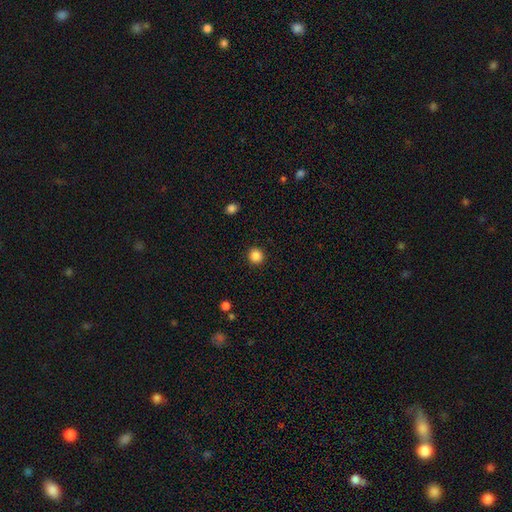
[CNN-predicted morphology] smooth-or-featured: smooth: 86% | star or artifact: 11% | featured or disk: 3%
  how-rounded: round: 94% | in between: 5% | cigar-shaped: 1%
  merging: none: 93% | minor disturbance: 5% | major disturbance: 2% | merger: 1%